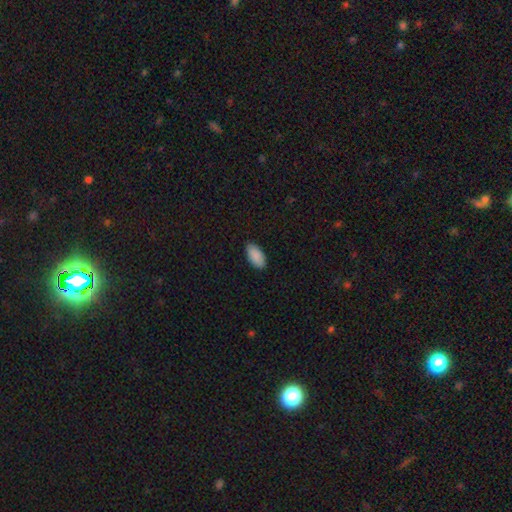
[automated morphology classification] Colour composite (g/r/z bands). It shows a smooth galaxy with no disk features (90%) that is in between round and cigar-shaped (94%). Merging: none (88%).